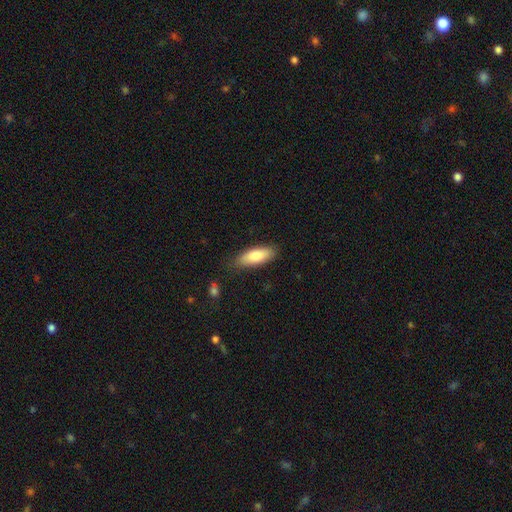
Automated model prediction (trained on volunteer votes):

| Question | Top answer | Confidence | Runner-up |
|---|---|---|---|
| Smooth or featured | smooth | 79% | featured or disk (15%) |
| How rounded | in between | 66% | cigar-shaped (32%) |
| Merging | none | 82% | minor disturbance (14%) |